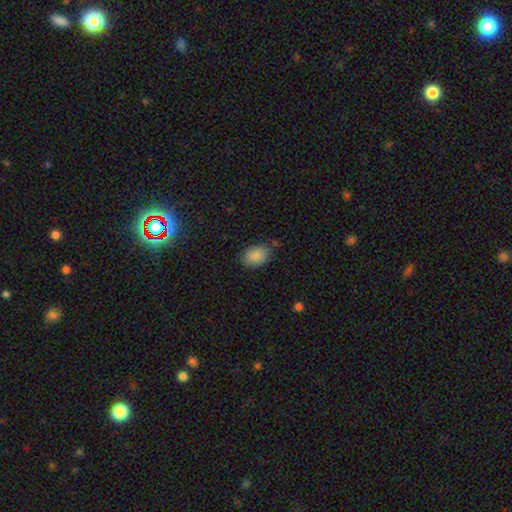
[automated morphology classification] A smooth galaxy with no disk features (87%) that is in between round and cigar-shaped (81%).

Vote fractions:
- Smooth or featured? smooth: 87% / star or artifact: 8% / featured or disk: 5%
- How rounded? in between: 81% / round: 18% / cigar-shaped: 1%
- Merging? none: 78% / minor disturbance: 15% / major disturbance: 4% / merger: 3%